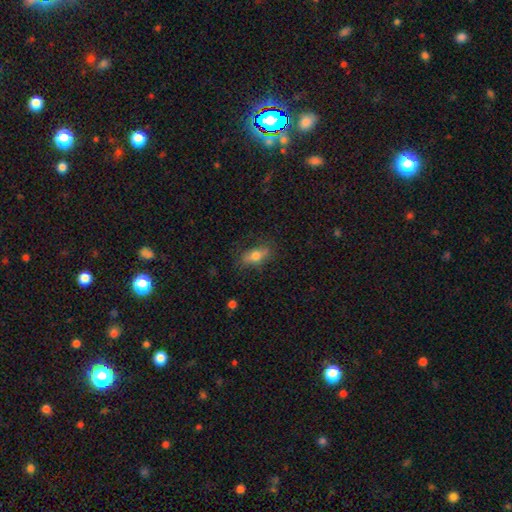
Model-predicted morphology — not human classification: Smooth or featured? Predicted: smooth (p=0.70). How rounded? Predicted: in between (p=0.79). Merging? Predicted: none (p=0.75).